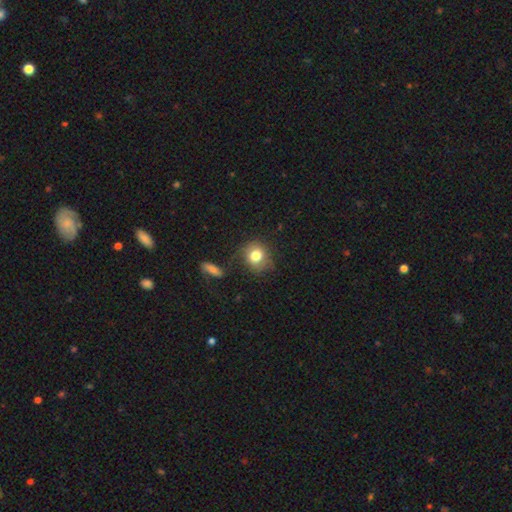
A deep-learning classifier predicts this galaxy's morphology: type=smooth (79%); roundness=round (78%); merging=none (73%).